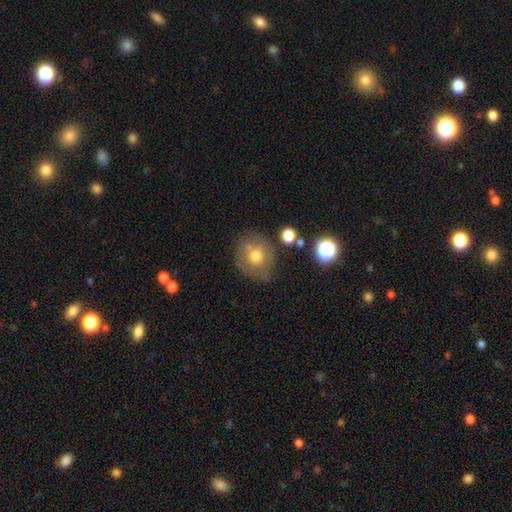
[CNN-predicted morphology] Overall: smooth (62%; featured or disk 28%). How rounded: round (76%). Merging: none (63%).